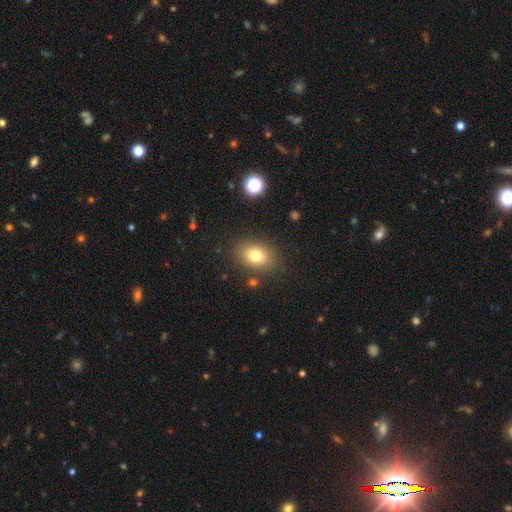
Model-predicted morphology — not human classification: smooth-or-featured: smooth: 78% | star or artifact: 11% | featured or disk: 11%
  how-rounded: in between: 72% | round: 27% | cigar-shaped: 1%
  merging: none: 84% | minor disturbance: 10% | major disturbance: 4% | merger: 2%